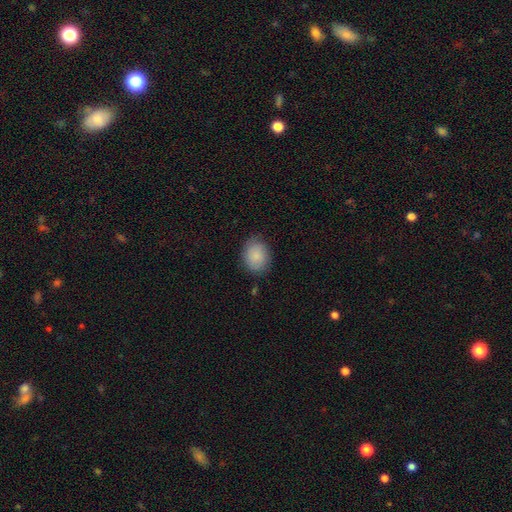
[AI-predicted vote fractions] Smooth or featured? Predicted: smooth (p=0.86). How rounded? Predicted: round (p=0.56). Merging? Predicted: none (p=0.78).